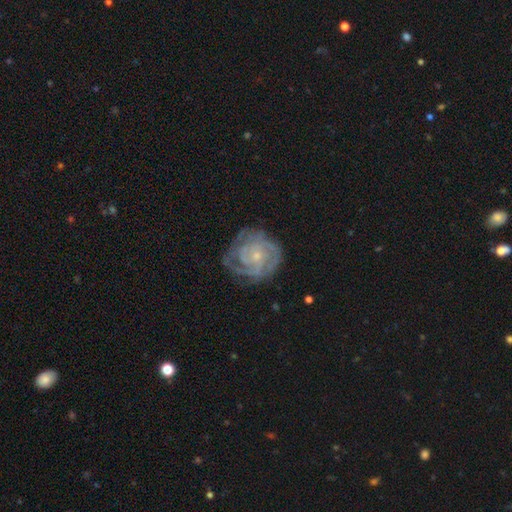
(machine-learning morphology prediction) type=featured or disk (84%); edge-on=no (98%); bar=no (76%); spiral arms=yes (94%); winding=tight (68%); arm count=can't tell (29%); bulge=small (76%); merging=none (69%).